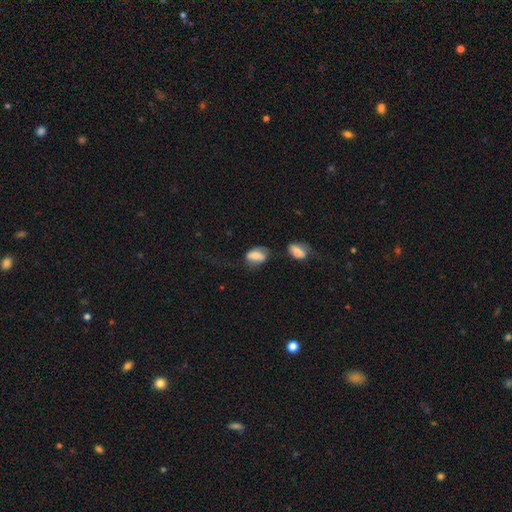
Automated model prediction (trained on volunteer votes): smooth_or_featured: smooth (p=0.71) [alt: featured or disk p=0.20]
how_rounded: in between (p=0.85) [alt: round p=0.12]
merging: none (p=0.39) [alt: minor disturbance p=0.27]